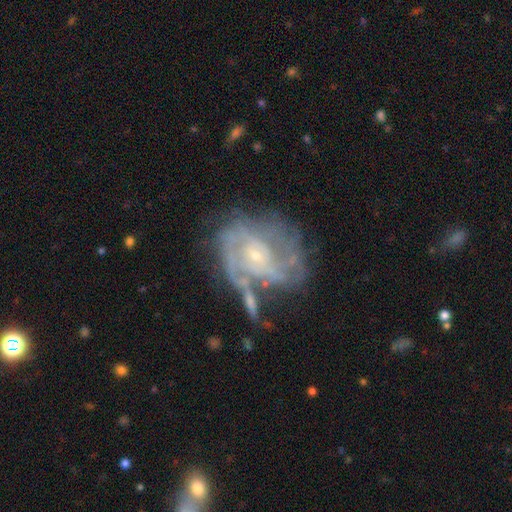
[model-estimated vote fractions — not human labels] Q: Smooth or featured?
A: featured or disk (83%); runner-up: smooth (10%)
Q: Edge-on disk?
A: no (97%); runner-up: yes (3%)
Q: Bar?
A: no (69%); runner-up: weak (25%)
Q: Spiral arms?
A: yes (88%); runner-up: no (12%)
Q: Spiral winding?
A: tight (54%); runner-up: medium (35%)
Q: Spiral arm count?
A: can't tell (37%); runner-up: 2 (26%)
Q: Bulge size?
A: small (79%); runner-up: moderate (16%)
Q: Merging?
A: none (44%); runner-up: minor disturbance (22%)